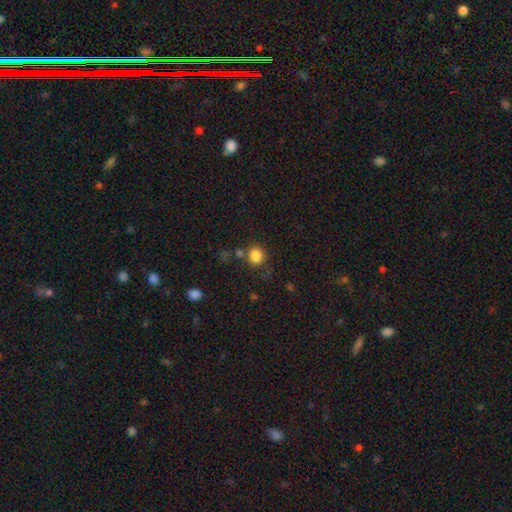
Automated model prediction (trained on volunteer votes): Smooth or featured?
  - smooth: 84% *
  - star or artifact: 11%
  - featured or disk: 5%
How rounded?
  - round: 81% *
  - in between: 18%
  - cigar-shaped: 1%
Merging?
  - none: 71% *
  - minor disturbance: 13%
  - merger: 11%
  - major disturbance: 5%